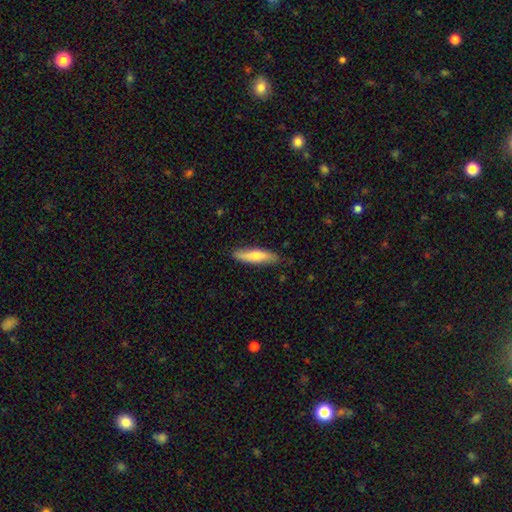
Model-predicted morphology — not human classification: Smooth or featured? smooth (62%)
How rounded? cigar-shaped (75%)
Merging? none (84%)